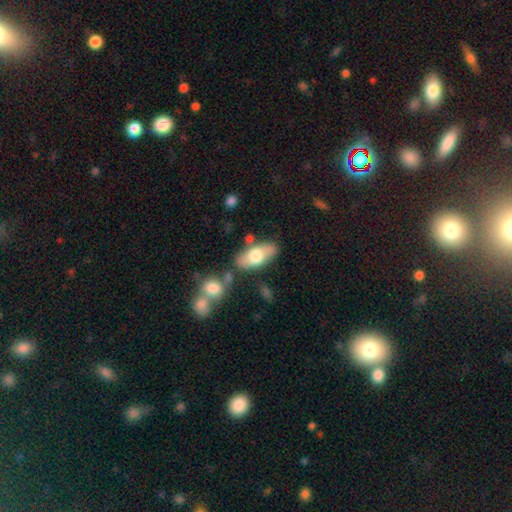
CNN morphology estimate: Q: Smooth or featured?
A: smooth (67%); runner-up: featured or disk (27%)
Q: How rounded?
A: in between (86%); runner-up: cigar-shaped (10%)
Q: Merging?
A: none (73%); runner-up: minor disturbance (14%)